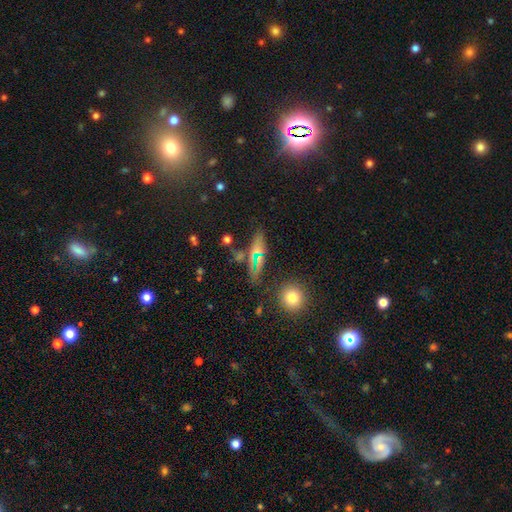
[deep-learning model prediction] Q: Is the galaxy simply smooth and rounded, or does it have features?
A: smooth — 43%.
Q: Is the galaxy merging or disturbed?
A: none — 74%.